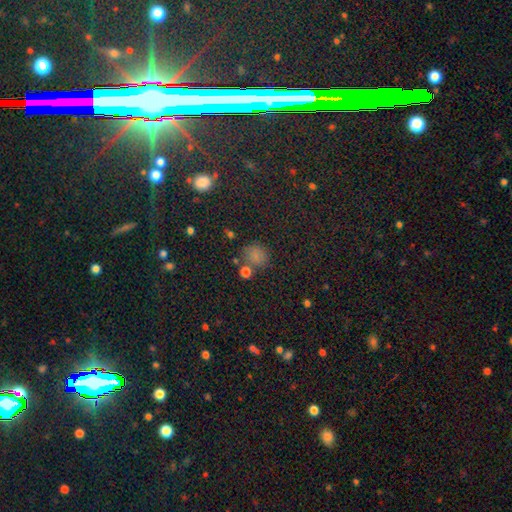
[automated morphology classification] Q: Smooth or featured?
A: smooth (72%); runner-up: star or artifact (21%)
Q: How rounded?
A: round (79%); runner-up: in between (20%)
Q: Merging?
A: none (70%); runner-up: minor disturbance (14%)